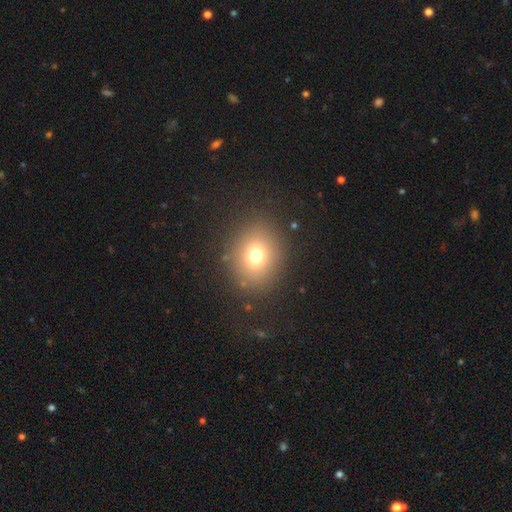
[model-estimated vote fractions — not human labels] smooth-or-featured: smooth: 73% | star or artifact: 16% | featured or disk: 11%
  how-rounded: round: 67% | in between: 32% | cigar-shaped: 1%
  merging: none: 86% | minor disturbance: 8% | major disturbance: 4% | merger: 2%